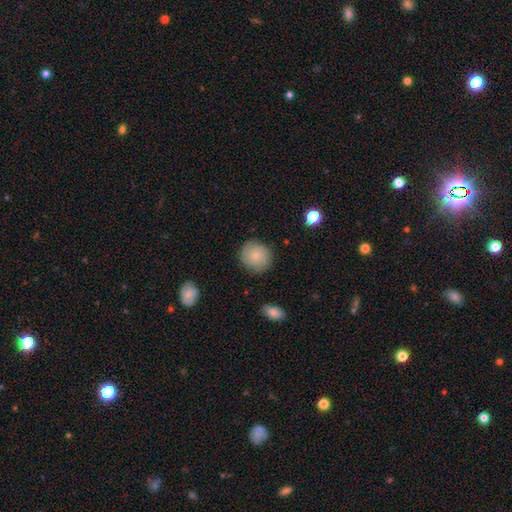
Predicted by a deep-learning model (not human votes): Smooth or featured: smooth — 79% (featured or disk — 14%)
How rounded: round — 90% (in between — 9%)
Merging: none — 84% (minor disturbance — 12%)